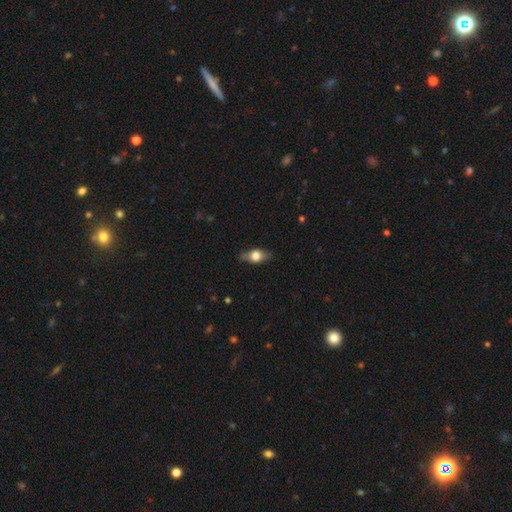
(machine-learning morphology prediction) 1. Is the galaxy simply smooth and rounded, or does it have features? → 61% smooth, 31% featured or disk, 8% star or artifact.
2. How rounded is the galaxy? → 77% in between, 12% cigar-shaped, 12% round.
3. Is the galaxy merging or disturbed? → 79% none, 16% minor disturbance, 3% major disturbance, 1% merger.